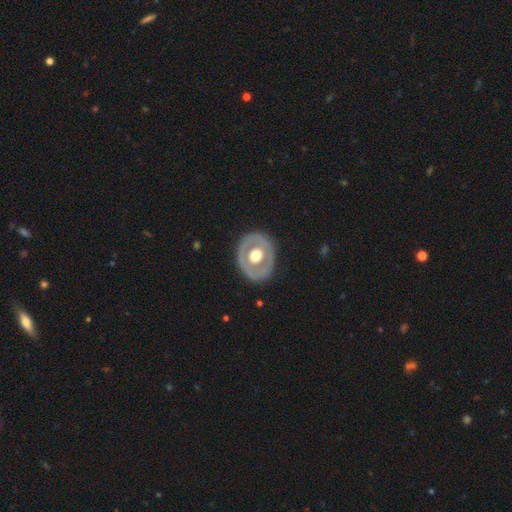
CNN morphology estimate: Smooth or featured? Predicted: featured or disk (p=0.58). Edge-on disk? Predicted: no (p=0.93). Bar? Predicted: no (p=0.90). Spiral arms? Predicted: no (p=0.91). Bulge size? Predicted: moderate (p=0.54). Merging? Predicted: none (p=0.82).